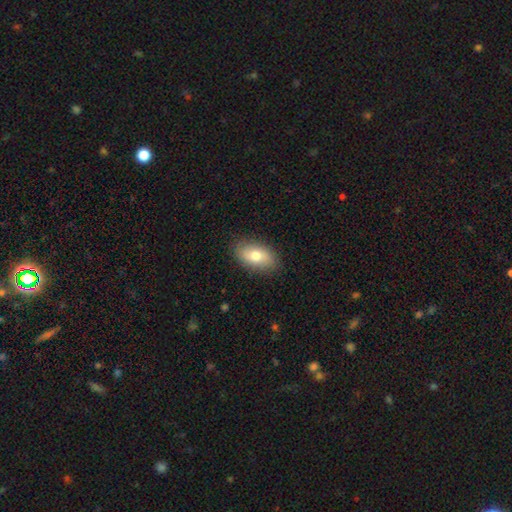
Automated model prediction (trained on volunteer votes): Q: Smooth or featured?
A: smooth (71%); runner-up: featured or disk (22%)
Q: How rounded?
A: in between (90%); runner-up: round (6%)
Q: Merging?
A: none (86%); runner-up: minor disturbance (10%)